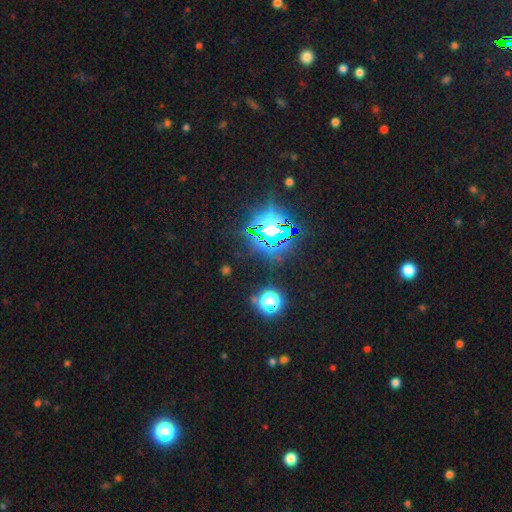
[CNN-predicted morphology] This appears to be a star or artifact, not a galaxy (85%).